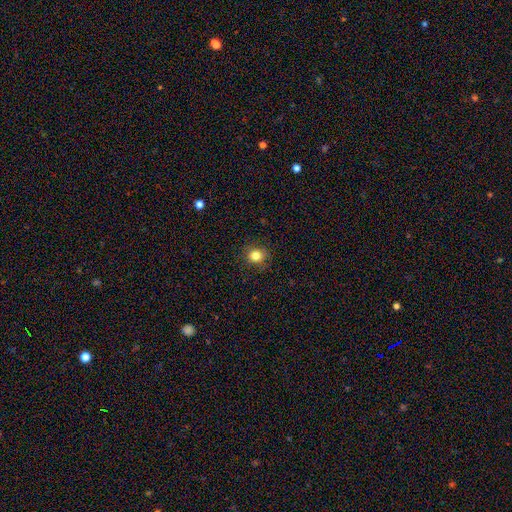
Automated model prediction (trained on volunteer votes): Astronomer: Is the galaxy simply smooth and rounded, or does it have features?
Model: smooth — 82%.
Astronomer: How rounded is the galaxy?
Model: round — 86%.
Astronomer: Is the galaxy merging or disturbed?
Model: none — 88%.